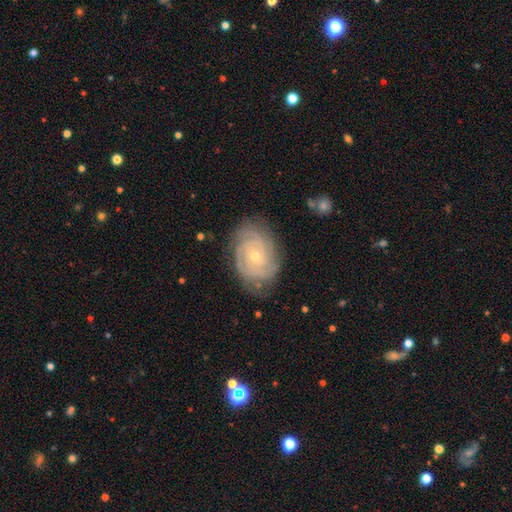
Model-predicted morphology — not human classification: The model was most divided on "spiral arm count": can't tell: 26%, 3: 24%, 4: 19%, 2: 18%, more than 4: 7%, 1: 6%. More confident: edge-on disk — no (97%); spiral arms — yes (97%); smooth or featured — featured or disk (86%); merging — none (78%); spiral winding — tight (77%); bar — no (71%); bulge size — small (68%).